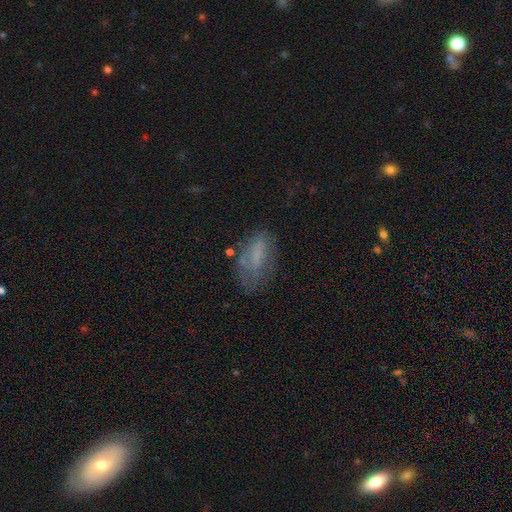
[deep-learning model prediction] smooth_or_featured: smooth (p=0.59) [alt: featured or disk p=0.28]
how_rounded: in between (p=0.79) [alt: cigar-shaped p=0.17]
merging: none (p=0.49) [alt: minor disturbance p=0.27]